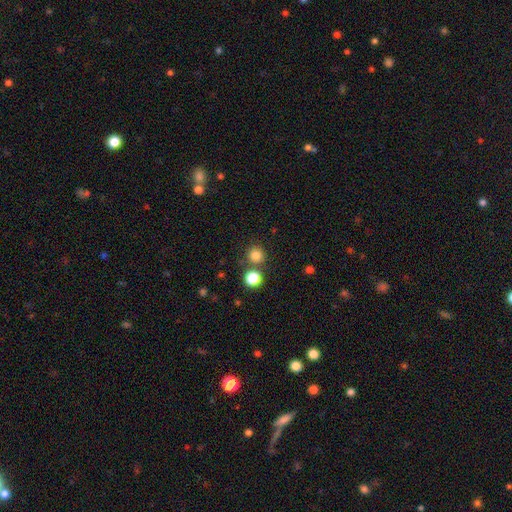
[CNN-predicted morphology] Q: Smooth or featured?
A: smooth (81%); runner-up: star or artifact (14%)
Q: How rounded?
A: round (92%); runner-up: in between (7%)
Q: Merging?
A: none (77%); runner-up: merger (14%)